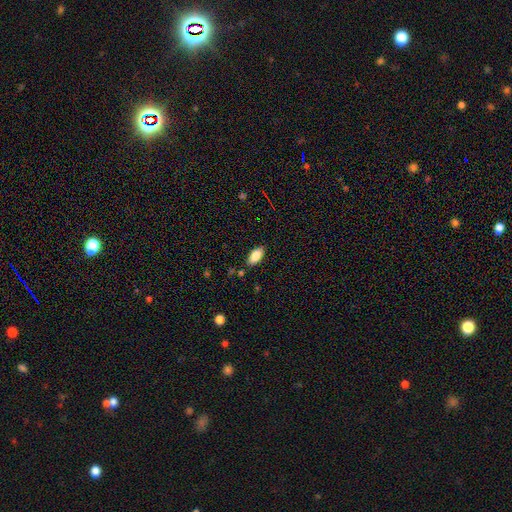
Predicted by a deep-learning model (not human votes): The model was most divided on "merging": none: 85%, minor disturbance: 11%, major disturbance: 2%, merger: 2%. More confident: how rounded — in between (91%); smooth or featured — smooth (85%).